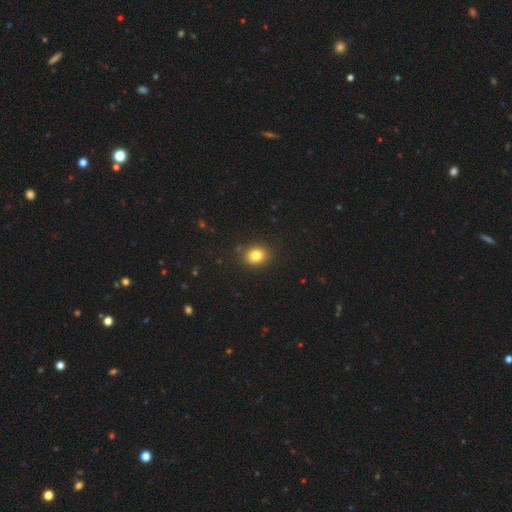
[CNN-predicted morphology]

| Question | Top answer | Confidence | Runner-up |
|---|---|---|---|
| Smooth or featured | smooth | 80% | star or artifact (12%) |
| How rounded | round | 66% | in between (33%) |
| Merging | none | 87% | minor disturbance (9%) |